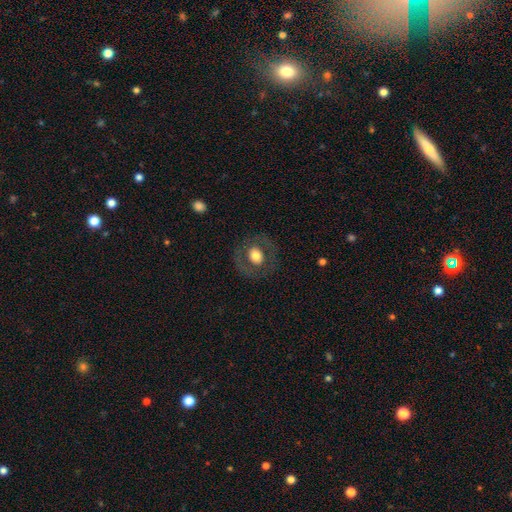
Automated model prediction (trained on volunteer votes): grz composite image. It shows a smooth galaxy with no disk features (58%) that is round (71%). Merging: none (82%).